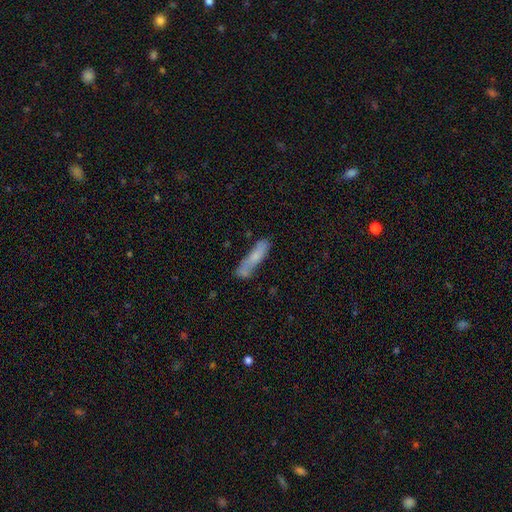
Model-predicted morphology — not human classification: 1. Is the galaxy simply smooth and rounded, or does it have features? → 70% smooth, 23% featured or disk, 7% star or artifact.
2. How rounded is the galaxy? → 79% cigar-shaped, 19% in between, 2% round.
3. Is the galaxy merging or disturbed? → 54% none, 22% minor disturbance, 18% merger, 7% major disturbance.